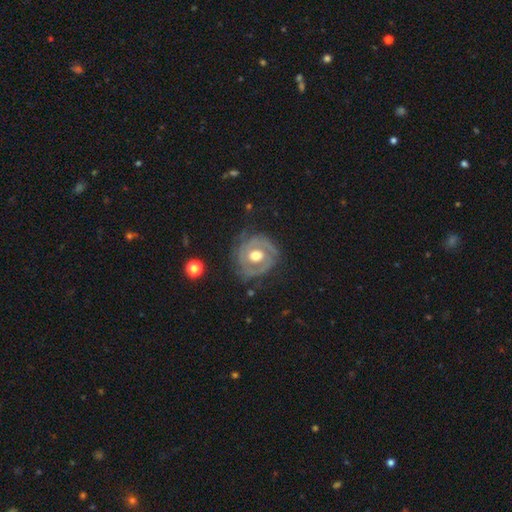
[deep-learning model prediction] featured or disk 79%, smooth 16%, star or artifact 5%. Down the decision tree: edge-on disk — no (97%); bar — no (69%); spiral arms — yes (76%); spiral arm count — 2 (46%); spiral winding — tight (63%); bulge size — moderate (71%); merging — none (69%).